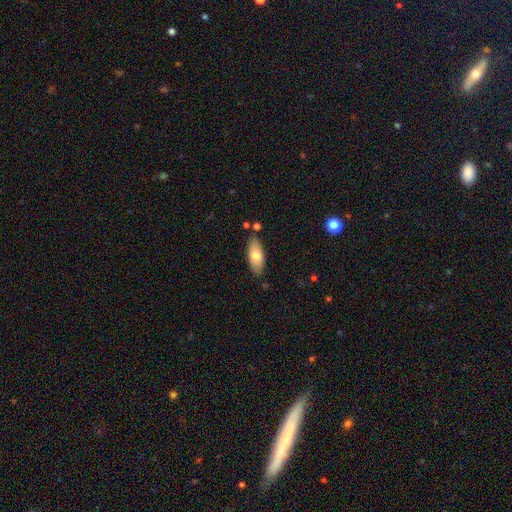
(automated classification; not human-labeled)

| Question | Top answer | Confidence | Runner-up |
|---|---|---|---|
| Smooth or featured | smooth | 74% | featured or disk (20%) |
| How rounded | in between | 82% | cigar-shaped (15%) |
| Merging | none | 82% | minor disturbance (12%) |